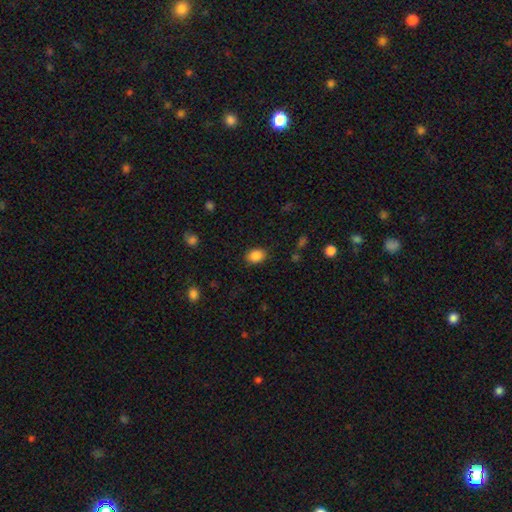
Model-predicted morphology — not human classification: Smooth or featured: smooth — 87% (star or artifact — 9%)
How rounded: in between — 69% (round — 30%)
Merging: none — 85% (minor disturbance — 11%)